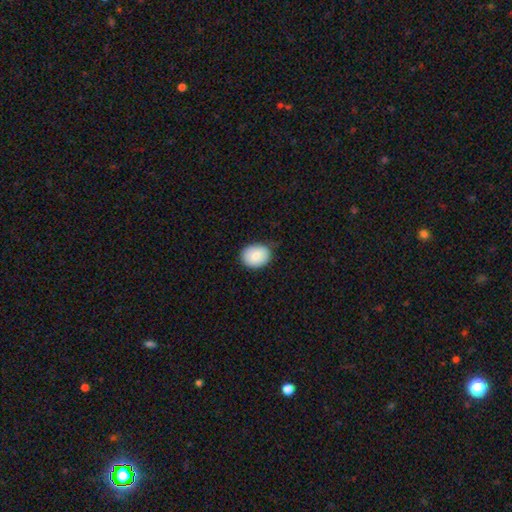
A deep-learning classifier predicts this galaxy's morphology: Smooth or featured? smooth (83%)
How rounded? in between (56%)
Merging? none (75%)